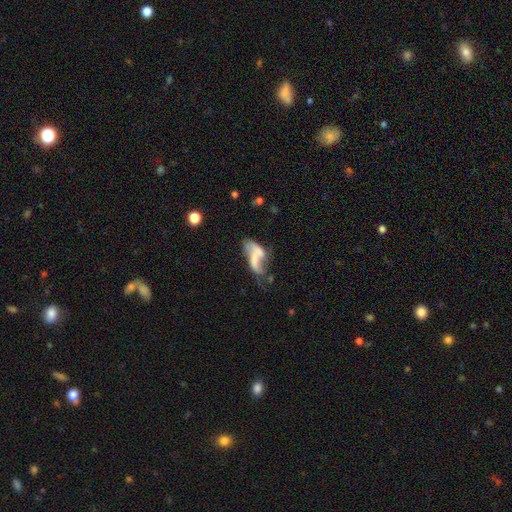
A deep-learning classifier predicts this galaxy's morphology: Smooth or featured? Predicted: featured or disk (p=0.53). Edge-on disk? Predicted: no (p=0.93). Merging? Predicted: major disturbance (p=0.33).